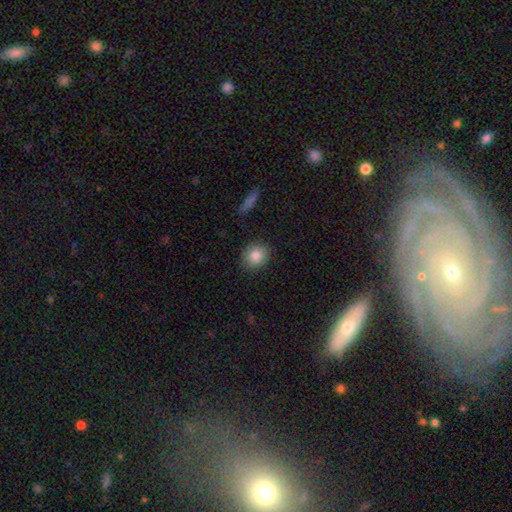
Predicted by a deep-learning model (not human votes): A smooth galaxy with no disk features (85%) that is round (71%). Merging: none (88%).